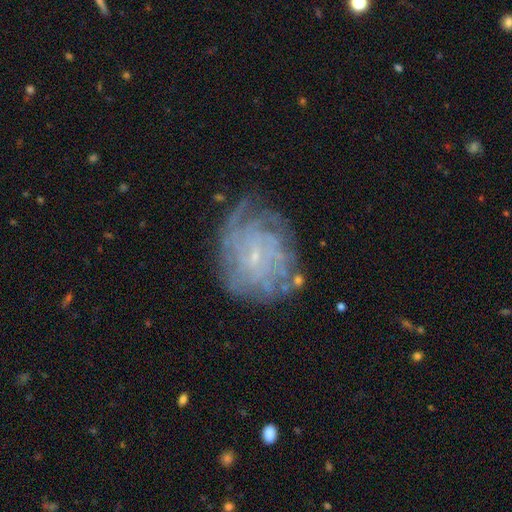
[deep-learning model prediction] Smooth or featured: featured or disk — 77% (smooth — 13%)
Edge-on disk: no — 97% (yes — 3%)
Bar: no — 65% (weak — 29%)
Spiral arms: yes — 89% (no — 11%)
Spiral winding: tight — 70% (medium — 22%)
Spiral arm count: can't tell — 45% (more than 4 — 16%)
Bulge size: small — 85% (moderate — 7%)
Merging: none — 65% (minor disturbance — 21%)